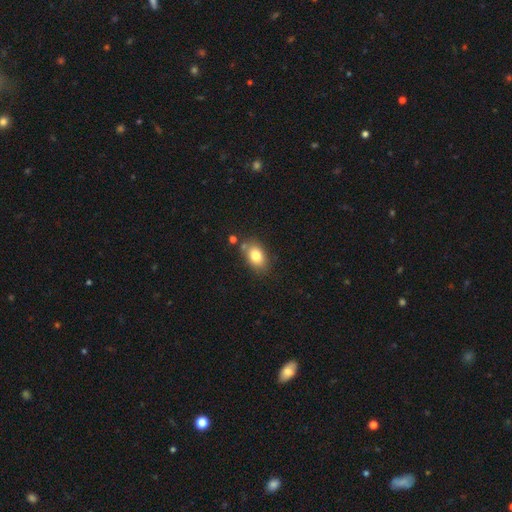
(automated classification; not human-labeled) Overall: smooth (81%). How rounded: in between (82%). Merging: none (72%).